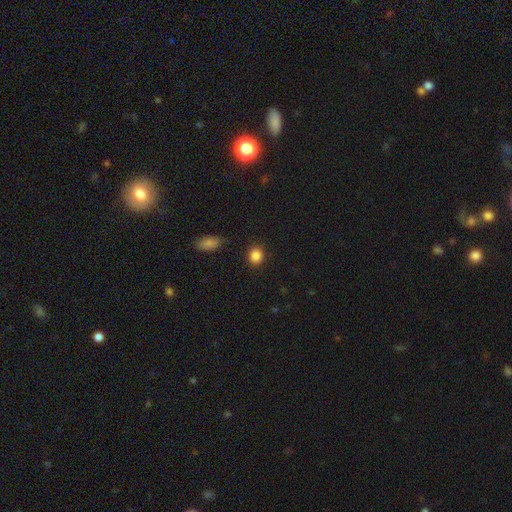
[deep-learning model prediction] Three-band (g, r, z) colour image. It shows a smooth galaxy with no disk features (86%) that is round (75%). Merging: none (88%).